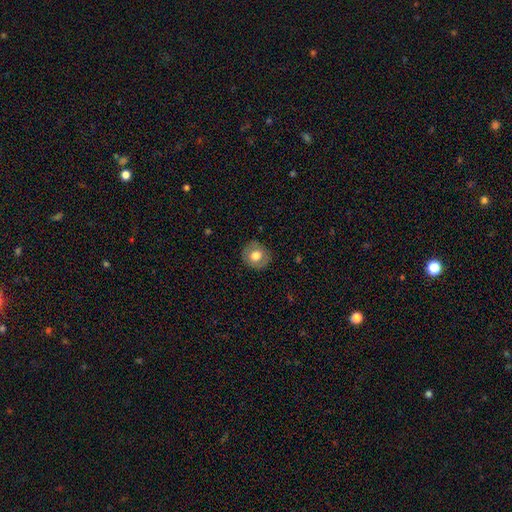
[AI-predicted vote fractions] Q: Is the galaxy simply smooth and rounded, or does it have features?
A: smooth — 71%.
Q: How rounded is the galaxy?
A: round — 86%.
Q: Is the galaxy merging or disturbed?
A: none — 87%.